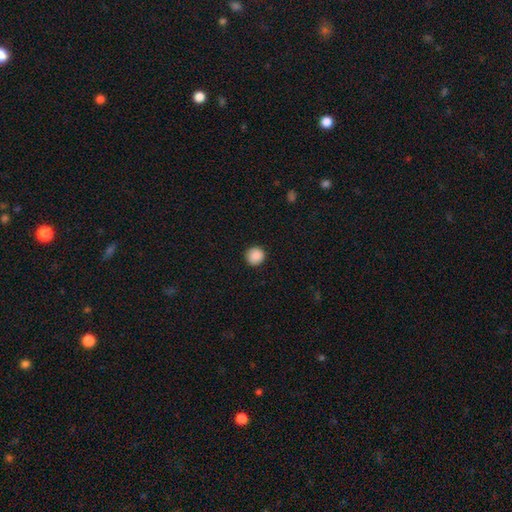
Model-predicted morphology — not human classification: Smooth or featured: smooth — 89% (star or artifact — 9%)
How rounded: round — 93% (in between — 6%)
Merging: none — 90% (minor disturbance — 7%)